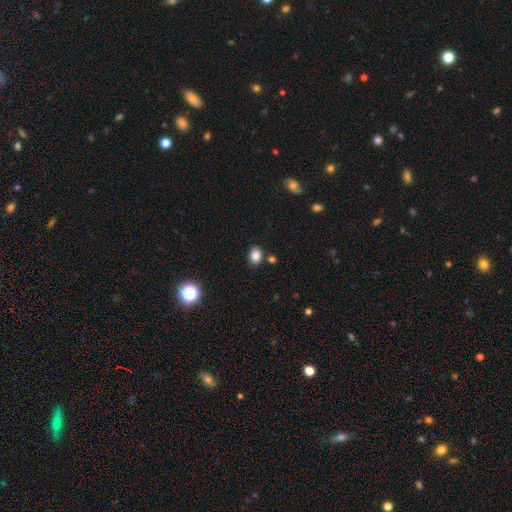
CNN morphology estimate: Smooth or featured: smooth — 83% (star or artifact — 12%)
How rounded: in between — 62% (round — 37%)
Merging: none — 82% (minor disturbance — 10%)